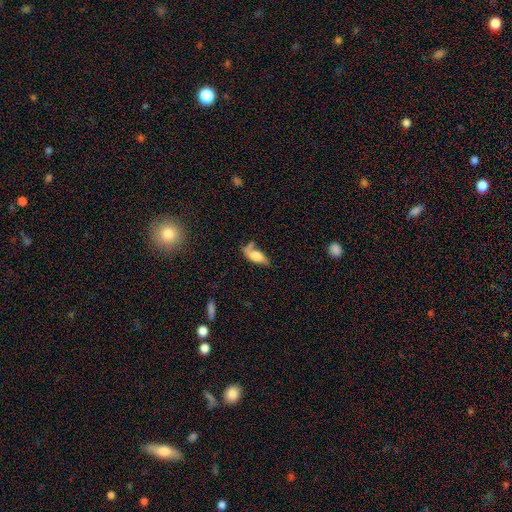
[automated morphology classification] Smooth or featured: smooth — 49% (featured or disk — 43%)
Merging: none — 40% (minor disturbance — 26%)